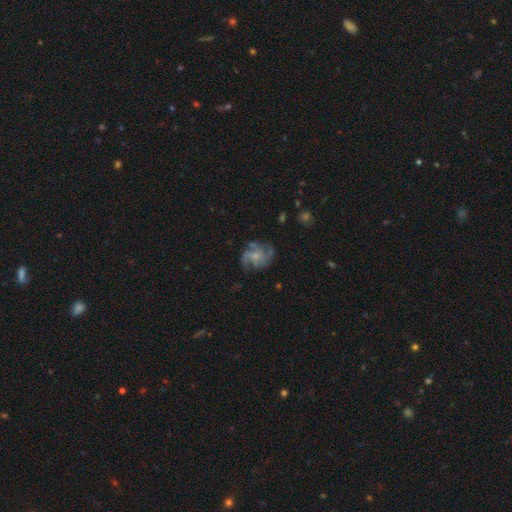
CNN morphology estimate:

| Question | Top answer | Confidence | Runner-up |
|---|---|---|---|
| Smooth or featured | featured or disk | 79% | smooth (14%) |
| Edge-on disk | no | 98% | yes (2%) |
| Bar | no | 72% | weak (24%) |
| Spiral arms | yes | 93% | no (7%) |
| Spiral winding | medium | 49% | loose (27%) |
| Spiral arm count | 3 | 35% | 4 (20%) |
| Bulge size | small | 61% | moderate (31%) |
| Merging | none | 66% | minor disturbance (19%) |